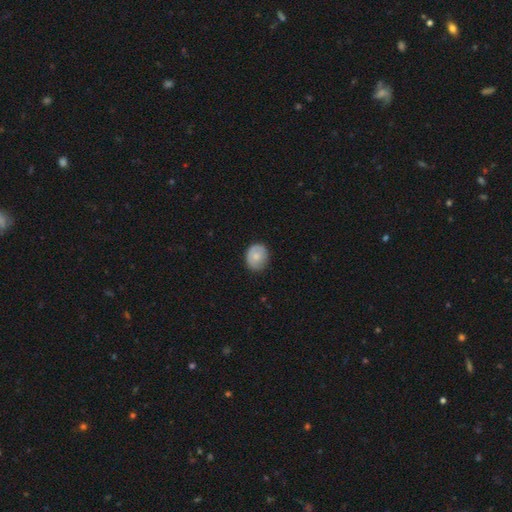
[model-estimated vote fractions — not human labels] Overall: smooth (74%). How rounded: round (64%; in between 35%). Merging: none (78%).